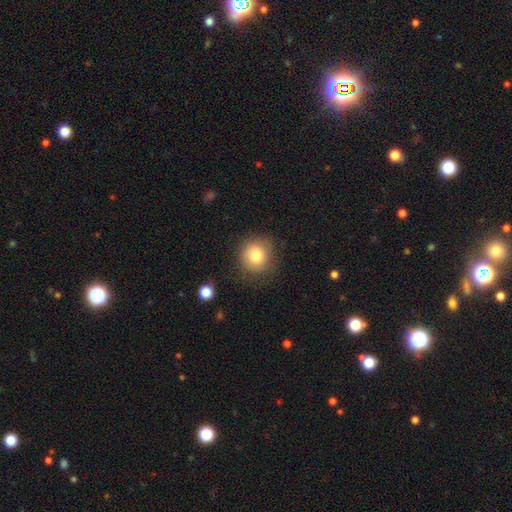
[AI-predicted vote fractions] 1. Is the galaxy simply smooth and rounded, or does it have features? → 80% smooth, 10% featured or disk, 10% star or artifact.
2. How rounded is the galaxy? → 86% round, 13% in between, 1% cigar-shaped.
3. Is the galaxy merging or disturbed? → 77% none, 16% minor disturbance, 6% major disturbance, 2% merger.